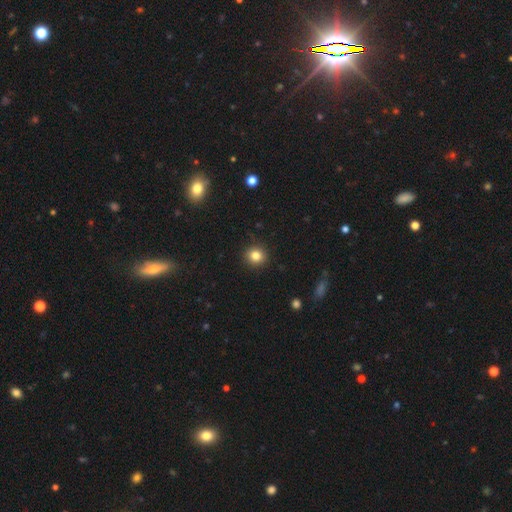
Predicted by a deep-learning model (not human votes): Morphology: type=smooth (83%); roundness=round (90%); merging=none (90%).